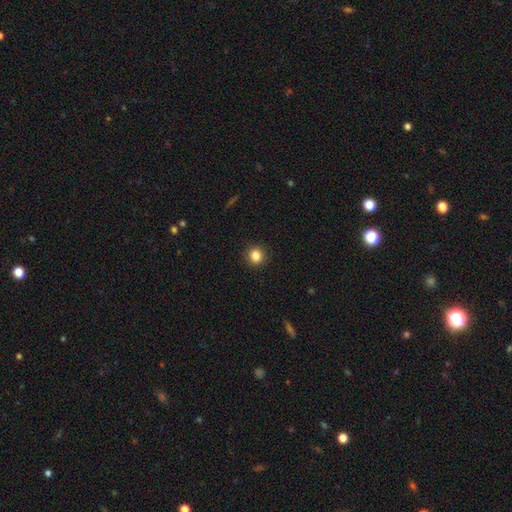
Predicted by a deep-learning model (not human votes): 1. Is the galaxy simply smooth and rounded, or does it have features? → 84% smooth, 11% star or artifact, 5% featured or disk.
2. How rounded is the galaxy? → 90% round, 9% in between, 1% cigar-shaped.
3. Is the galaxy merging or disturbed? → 92% none, 5% minor disturbance, 2% major disturbance, 1% merger.